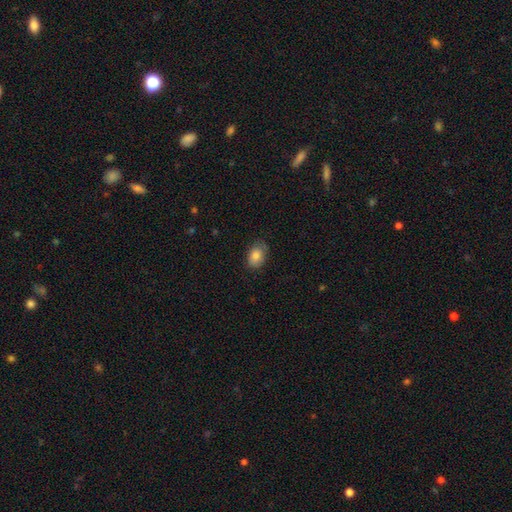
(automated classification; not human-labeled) This is clearly a smooth galaxy (84%). How rounded: clearly in between (81%). Merging: likely none (74%).